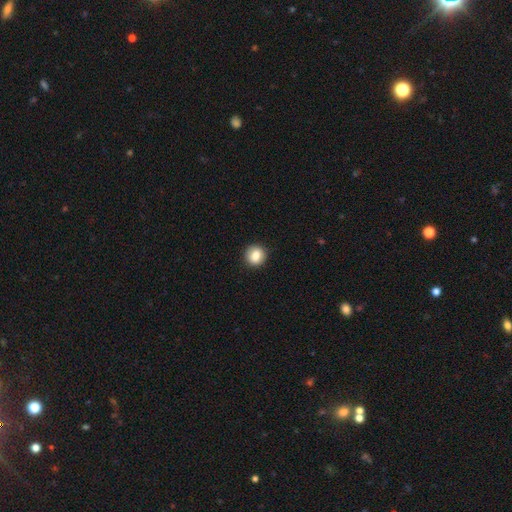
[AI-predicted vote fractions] This appears to be a smooth galaxy with no disk features (83%) that is round (86%). Merging: none (91%).